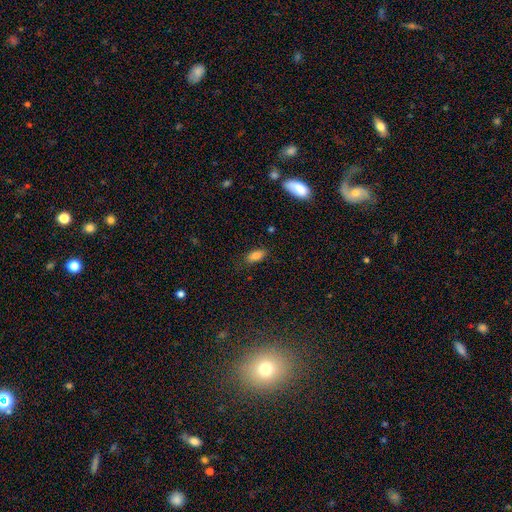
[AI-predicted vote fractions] Smooth or featured?
  - smooth: 84% *
  - star or artifact: 9%
  - featured or disk: 7%
How rounded?
  - in between: 87% *
  - cigar-shaped: 9%
  - round: 4%
Merging?
  - none: 79% *
  - minor disturbance: 15%
  - major disturbance: 4%
  - merger: 2%